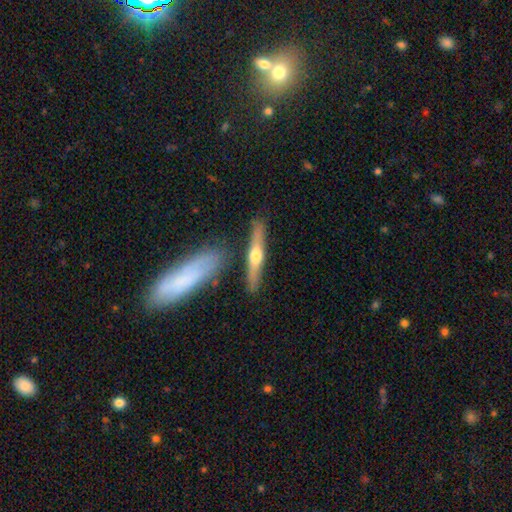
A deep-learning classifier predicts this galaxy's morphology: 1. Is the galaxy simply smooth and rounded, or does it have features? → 59% featured or disk, 36% smooth, 5% star or artifact.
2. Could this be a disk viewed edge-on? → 93% yes, 7% no.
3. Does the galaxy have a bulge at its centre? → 91% rounded, 6% none, 3% boxy.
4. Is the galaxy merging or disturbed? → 84% none, 9% minor disturbance, 5% merger, 2% major disturbance.